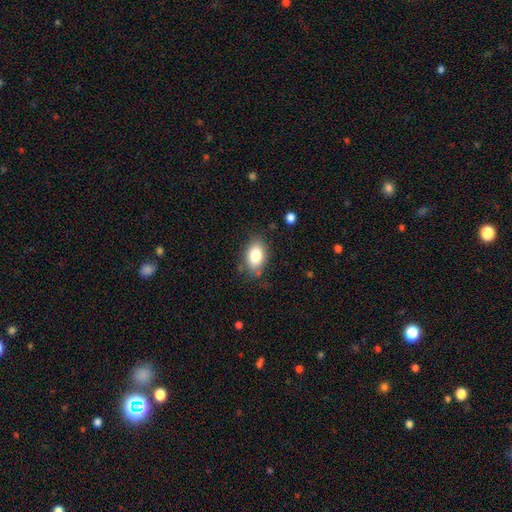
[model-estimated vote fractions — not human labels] Smooth or featured? smooth (82%)
How rounded? in between (89%)
Merging? none (78%)